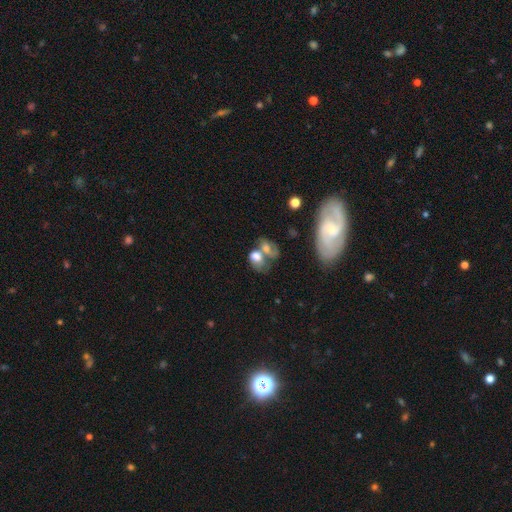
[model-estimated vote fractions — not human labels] Smooth or featured? Predicted: smooth (p=0.61). How rounded? Predicted: in between (p=0.68). Merging? Predicted: merger (p=0.60).